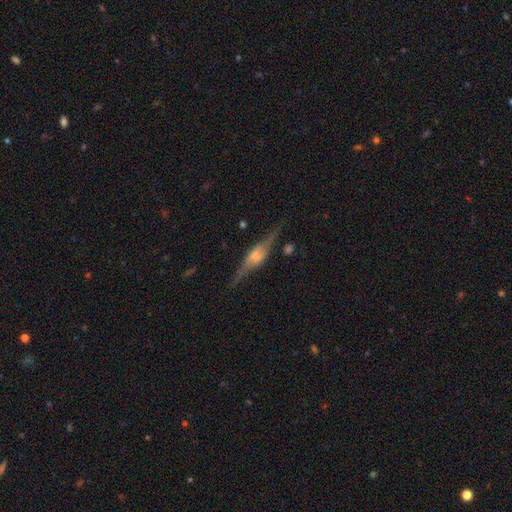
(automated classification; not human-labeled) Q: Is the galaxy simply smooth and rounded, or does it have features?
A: featured or disk — 81%.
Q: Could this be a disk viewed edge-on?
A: yes — 96%.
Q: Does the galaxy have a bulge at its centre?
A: rounded — 66%.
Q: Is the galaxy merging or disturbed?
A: none — 81%.